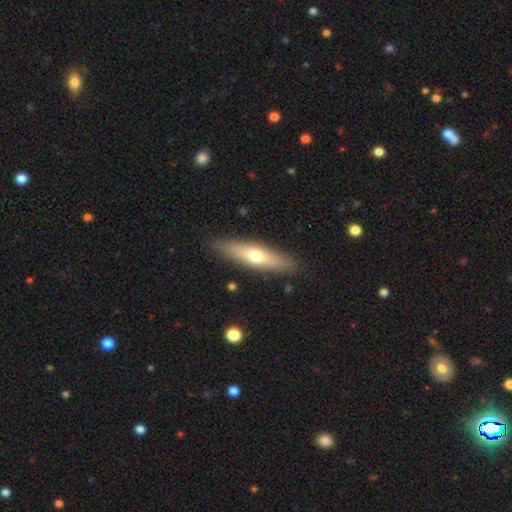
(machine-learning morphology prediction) This is possibly a smooth galaxy (56%). How rounded: likely cigar-shaped (66%). Merging: clearly none (88%).